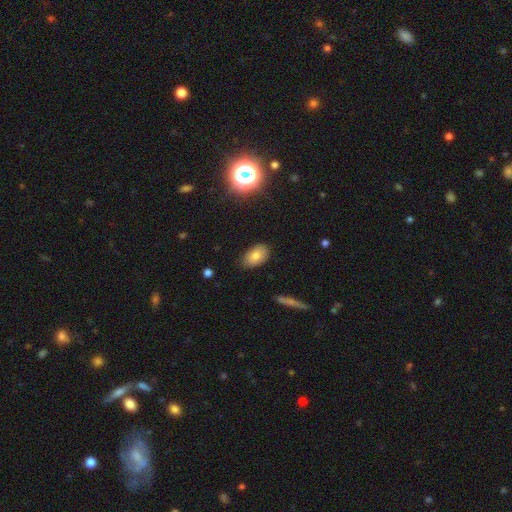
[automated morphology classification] Smooth or featured? smooth (77%)
How rounded? in between (91%)
Merging? none (82%)